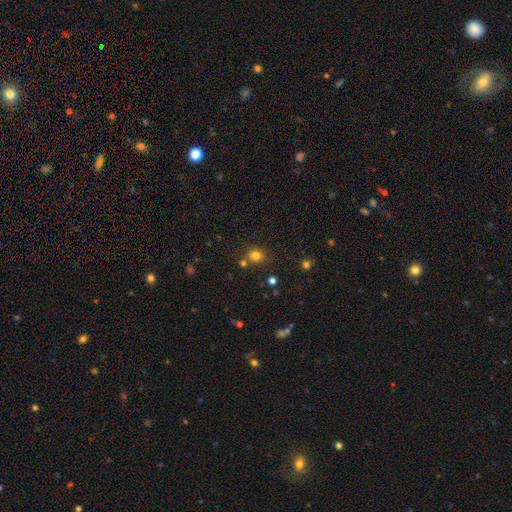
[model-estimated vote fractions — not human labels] A smooth galaxy with no disk features (78%) that is round (79%).

Vote fractions:
- Smooth or featured? smooth: 78% / star or artifact: 16% / featured or disk: 6%
- How rounded? round: 79% / in between: 20% / cigar-shaped: 1%
- Merging? none: 75% / merger: 13% / minor disturbance: 9% / major disturbance: 3%